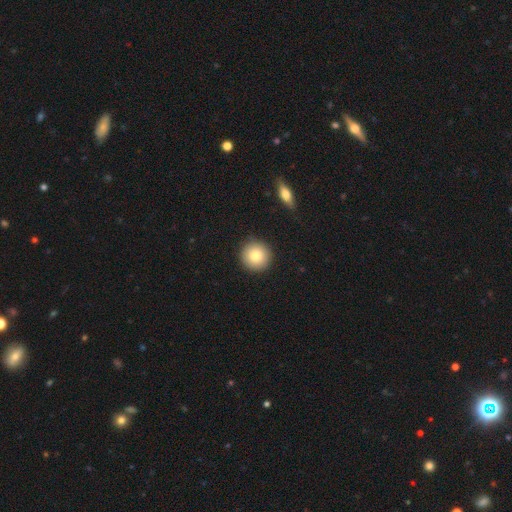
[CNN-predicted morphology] Q: Smooth or featured?
A: smooth (83%); runner-up: featured or disk (8%)
Q: How rounded?
A: round (95%); runner-up: in between (4%)
Q: Merging?
A: none (91%); runner-up: minor disturbance (6%)